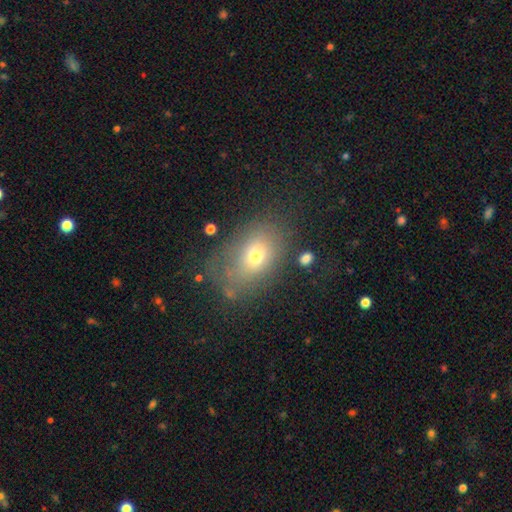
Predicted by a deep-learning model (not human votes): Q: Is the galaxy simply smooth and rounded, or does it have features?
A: smooth — 66%.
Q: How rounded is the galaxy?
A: in between — 75%.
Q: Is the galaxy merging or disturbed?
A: none — 58%.